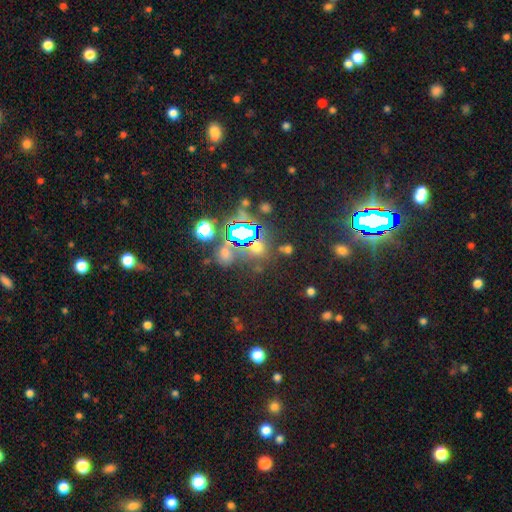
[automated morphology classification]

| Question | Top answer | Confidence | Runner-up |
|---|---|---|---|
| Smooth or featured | star or artifact | 80% | smooth (12%) |